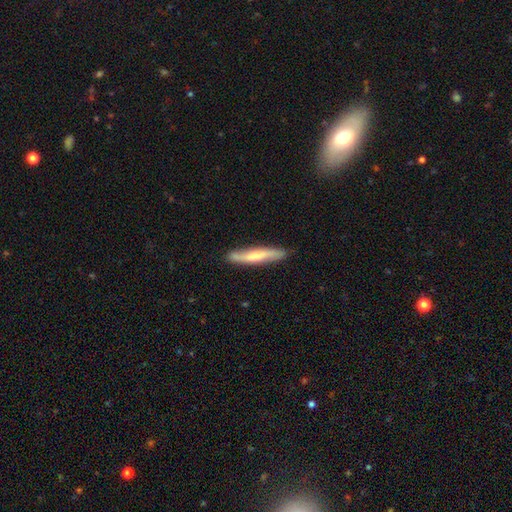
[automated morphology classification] The model was most divided on "smooth or featured": smooth: 52%, featured or disk: 43%, star or artifact: 5%. More confident: how rounded — cigar-shaped (91%); merging — none (84%).